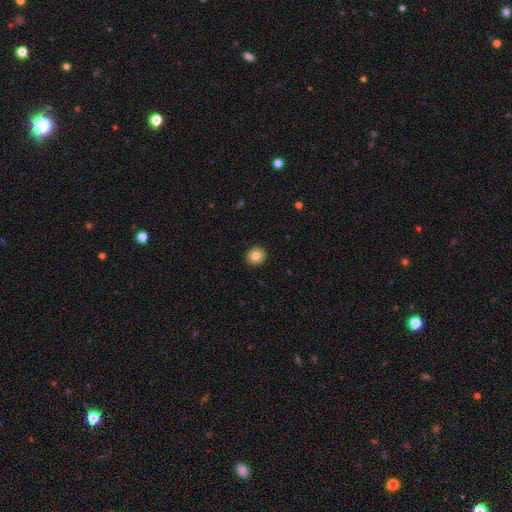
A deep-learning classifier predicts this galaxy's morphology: Q: Smooth or featured?
A: smooth (84%); runner-up: star or artifact (9%)
Q: How rounded?
A: round (87%); runner-up: in between (12%)
Q: Merging?
A: none (93%); runner-up: minor disturbance (5%)